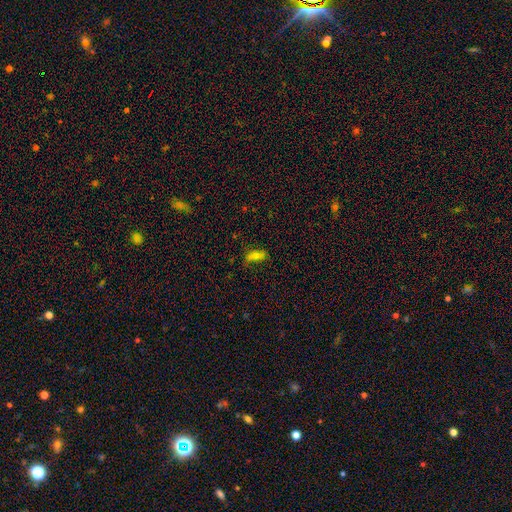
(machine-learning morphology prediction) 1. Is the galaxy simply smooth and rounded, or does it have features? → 60% smooth, 27% featured or disk, 13% star or artifact.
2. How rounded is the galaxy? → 71% in between, 24% cigar-shaped, 5% round.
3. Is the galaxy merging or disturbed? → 62% none, 26% minor disturbance, 10% major disturbance, 3% merger.